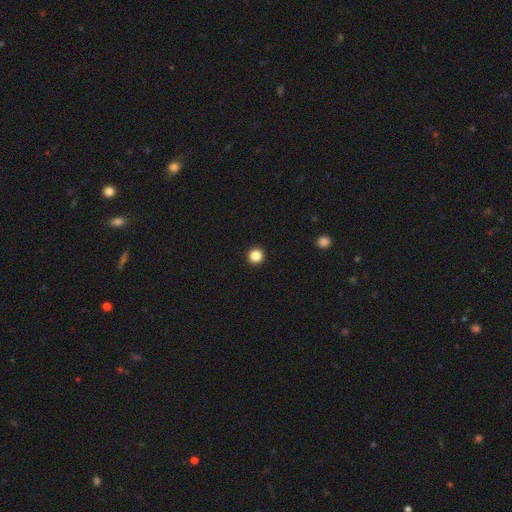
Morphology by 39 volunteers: This is clearly a smooth galaxy (92%). How rounded: clearly round (100%). Merging: clearly none (97%).